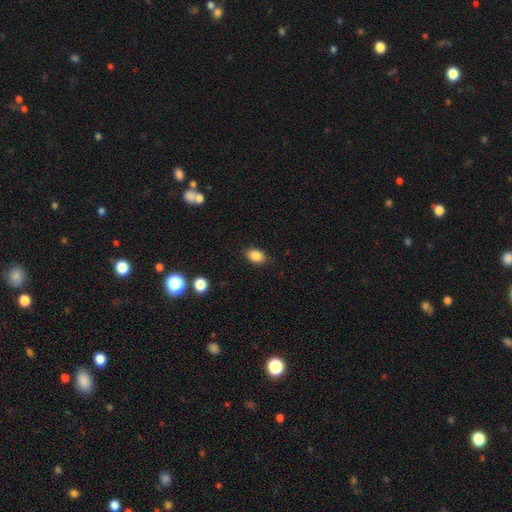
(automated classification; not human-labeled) This is clearly a smooth galaxy (87%). How rounded: clearly in between (82%). Merging: clearly none (86%).